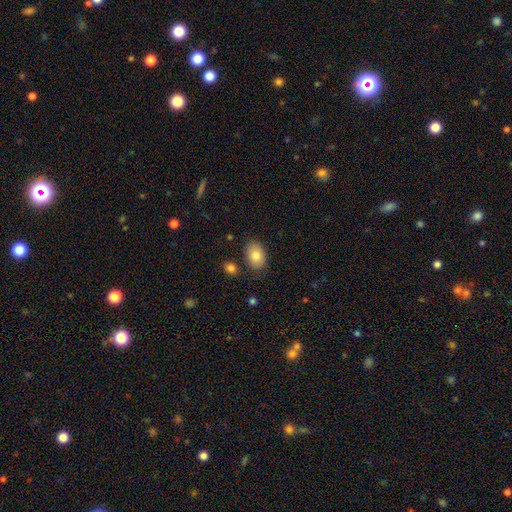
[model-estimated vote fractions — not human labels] Smooth or featured? smooth (83%)
How rounded? in between (85%)
Merging? none (82%)